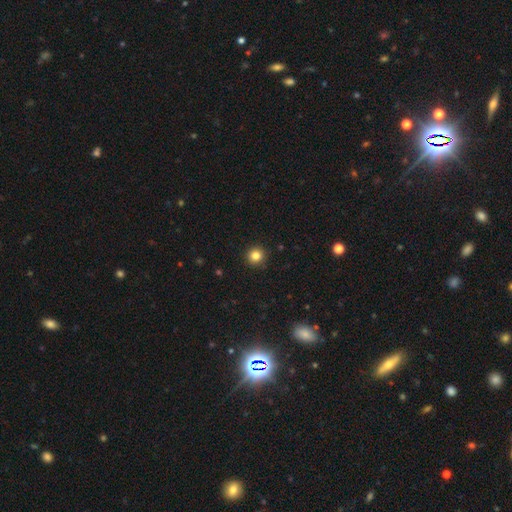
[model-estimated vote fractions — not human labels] A smooth galaxy with no disk features (83%) that is round (95%).

Vote fractions:
- Smooth or featured? smooth: 83% / star or artifact: 12% / featured or disk: 5%
- How rounded? round: 95% / in between: 4% / cigar-shaped: 1%
- Merging? none: 93% / minor disturbance: 5% / major disturbance: 2% / merger: 1%